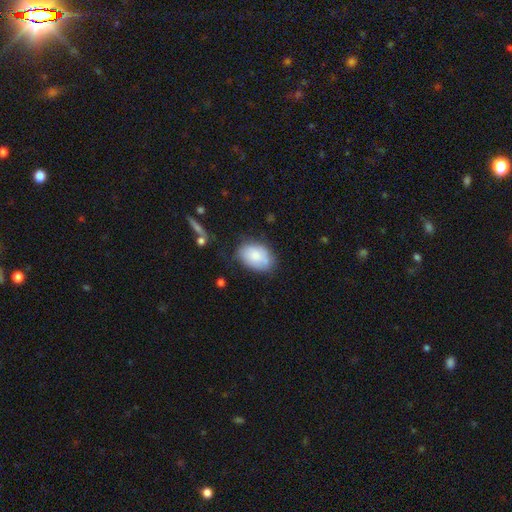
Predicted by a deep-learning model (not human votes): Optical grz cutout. It shows a smooth galaxy with no disk features (81%) that is in between round and cigar-shaped (86%). Merging: none (66%).